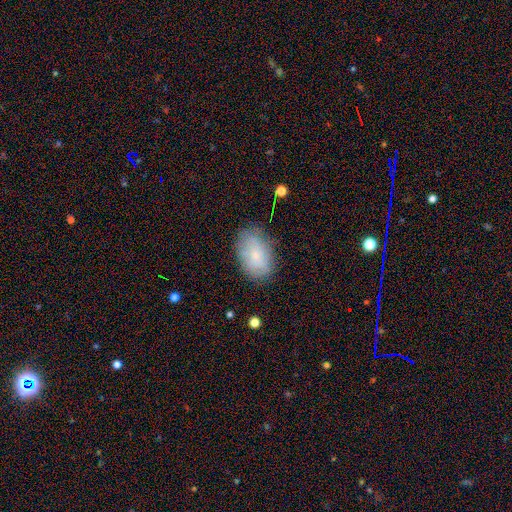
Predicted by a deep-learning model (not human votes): This is likely a smooth galaxy (66%). How rounded: clearly in between (88%). Merging: likely none (76%).